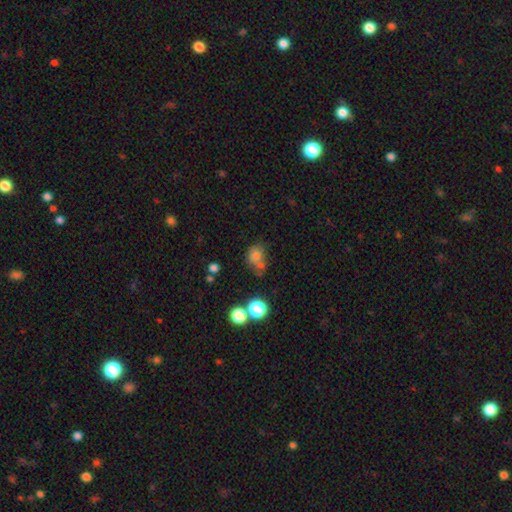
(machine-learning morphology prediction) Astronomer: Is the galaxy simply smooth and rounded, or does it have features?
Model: smooth — 70%.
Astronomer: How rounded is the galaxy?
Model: round — 58% (runner-up: in between, 41%).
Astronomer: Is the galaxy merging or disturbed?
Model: none — 42% (runner-up: merger, 29%).